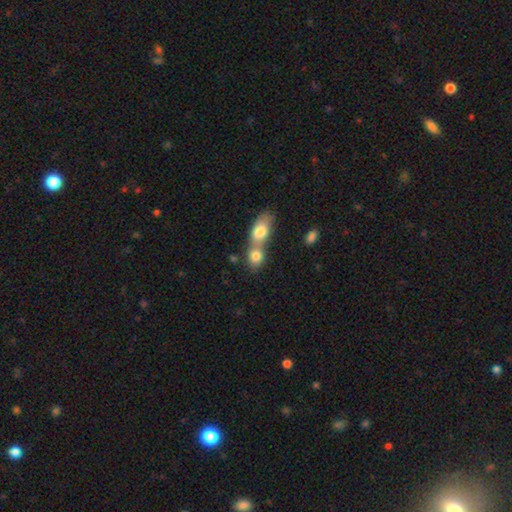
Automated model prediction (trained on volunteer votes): Smooth or featured? smooth (80%)
How rounded? in between (60%)
Merging? merger (70%)